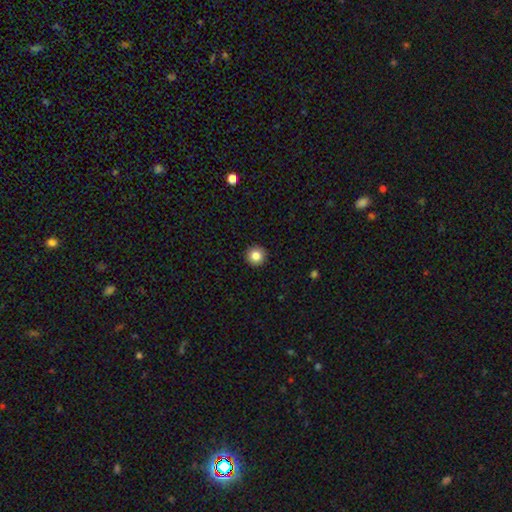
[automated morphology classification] Smooth or featured? smooth (84%)
How rounded? round (96%)
Merging? none (93%)